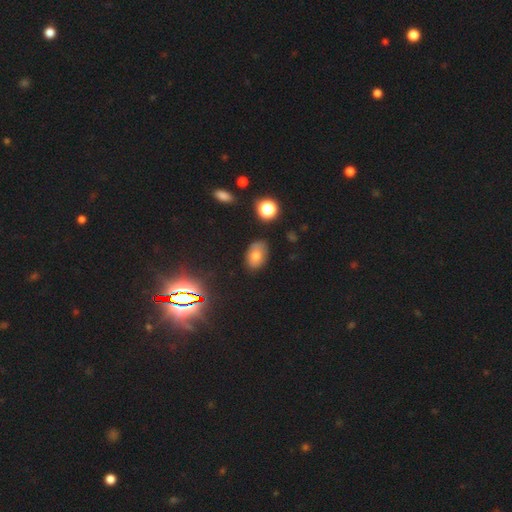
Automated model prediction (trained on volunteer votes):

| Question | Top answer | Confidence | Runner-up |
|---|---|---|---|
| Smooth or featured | smooth | 66% | star or artifact (18%) |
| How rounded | in between | 84% | round (15%) |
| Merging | none | 77% | minor disturbance (17%) |